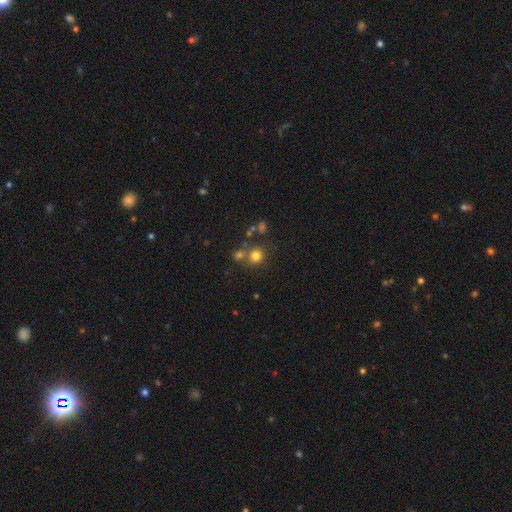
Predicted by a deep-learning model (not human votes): Smooth or featured? smooth (75%)
How rounded? round (88%)
Merging? none (65%)